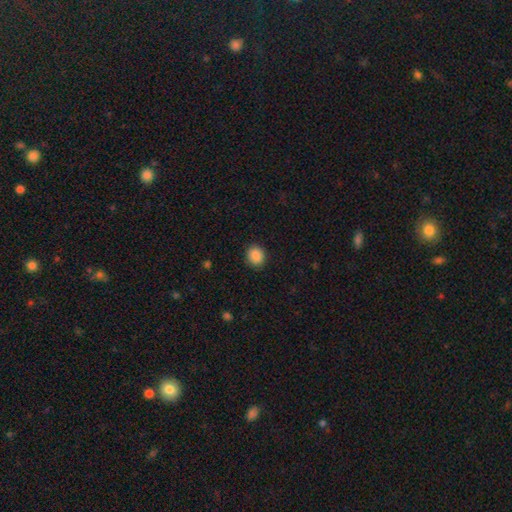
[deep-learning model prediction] Morphology: type=smooth (89%); roundness=round (72%); merging=none (87%).